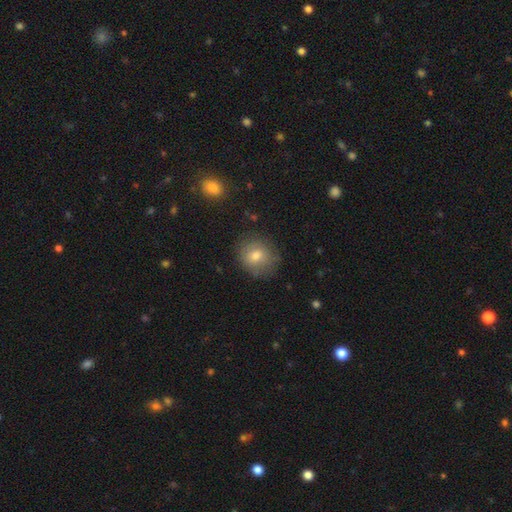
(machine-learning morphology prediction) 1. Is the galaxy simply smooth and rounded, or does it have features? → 74% smooth, 16% featured or disk, 10% star or artifact.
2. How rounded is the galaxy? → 77% round, 22% in between, 1% cigar-shaped.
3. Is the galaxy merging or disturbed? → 78% none, 15% minor disturbance, 5% major disturbance, 2% merger.